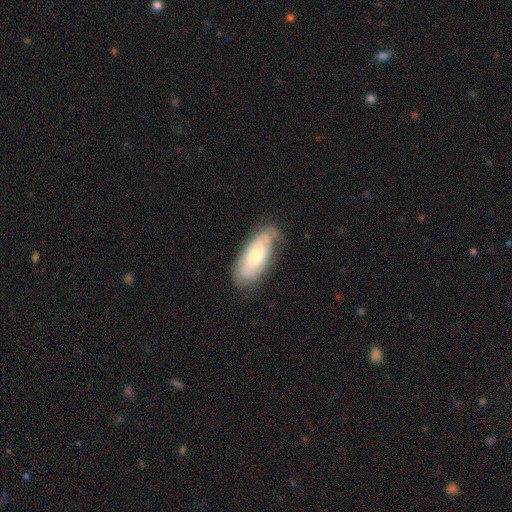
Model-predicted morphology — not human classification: Overall: smooth (51%; featured or disk 43%). How rounded: in between (83%). Merging: none (68%).